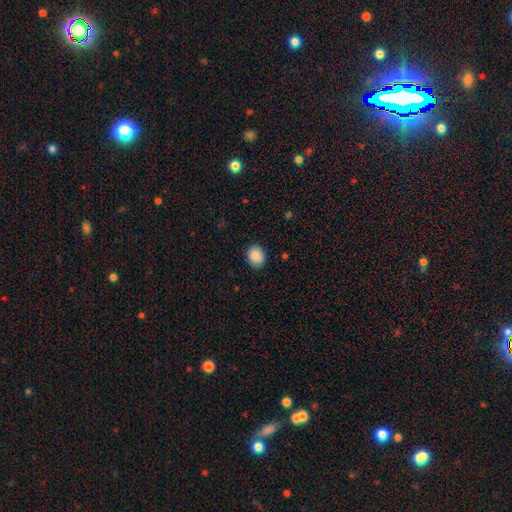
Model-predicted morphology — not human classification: smooth_or_featured: smooth (p=0.89) [alt: star or artifact p=0.08]
how_rounded: in between (p=0.51) [alt: round p=0.48]
merging: none (p=0.86) [alt: minor disturbance p=0.11]